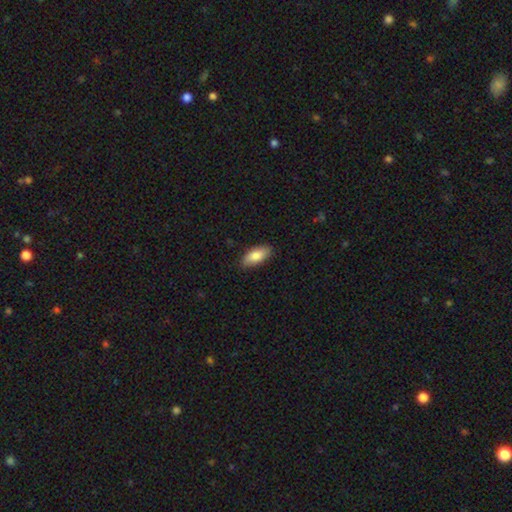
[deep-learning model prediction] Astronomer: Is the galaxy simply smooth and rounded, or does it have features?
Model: smooth — 83%.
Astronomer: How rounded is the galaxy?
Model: in between — 87%.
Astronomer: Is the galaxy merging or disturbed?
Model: none — 86%.